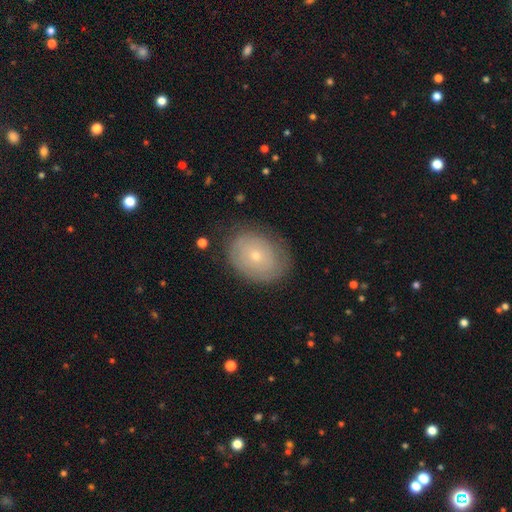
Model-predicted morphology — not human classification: smooth 51%, featured or disk 41%, star or artifact 8%. Down the decision tree: how rounded — in between (61%); merging — none (77%).